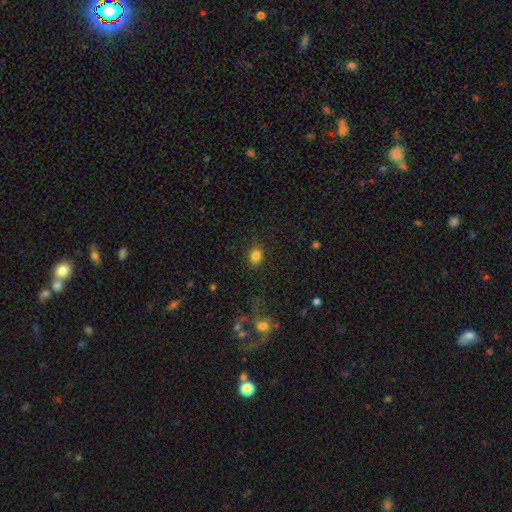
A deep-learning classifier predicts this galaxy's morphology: This is clearly a smooth galaxy (82%). How rounded: likely round (66%). Merging: clearly none (87%).